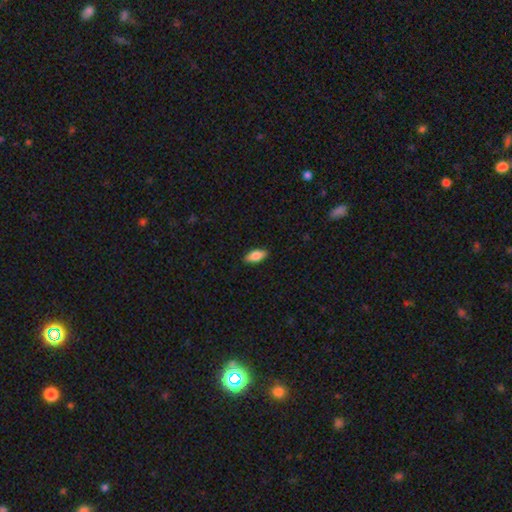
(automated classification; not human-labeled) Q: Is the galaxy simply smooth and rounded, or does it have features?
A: smooth — 82%.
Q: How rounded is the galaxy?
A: in between — 85%.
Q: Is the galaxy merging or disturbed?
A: none — 88%.